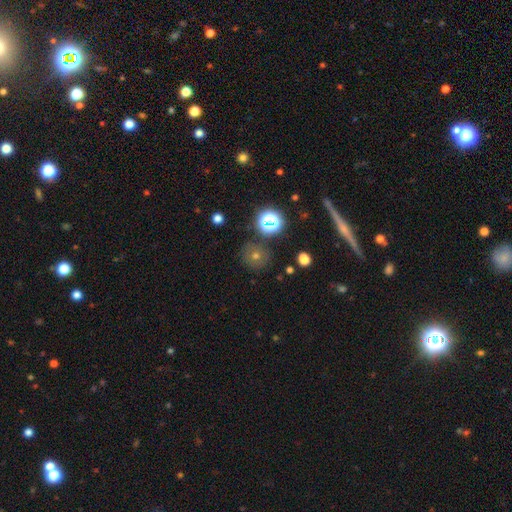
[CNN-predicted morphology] This is possibly a smooth galaxy (48%). Merging: clearly none (85%).